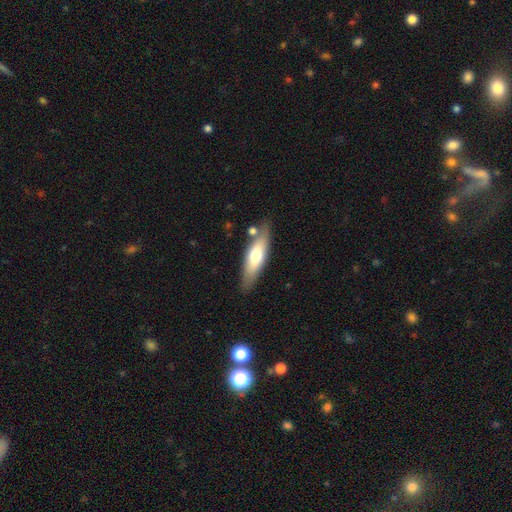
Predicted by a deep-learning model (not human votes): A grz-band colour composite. It shows a smooth galaxy with no disk features (61%) that is cigar-shaped (55%). Merging: none (77%).